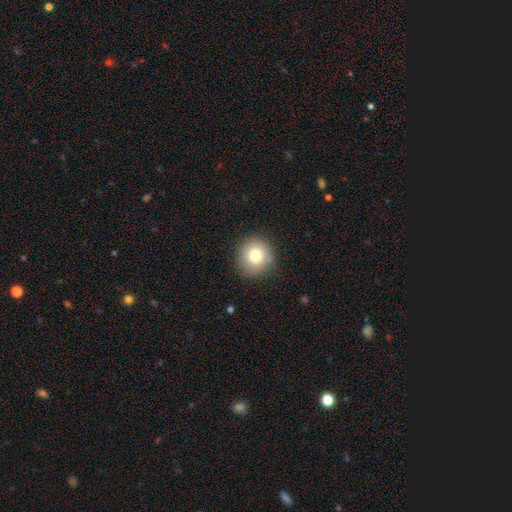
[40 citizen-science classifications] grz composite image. It shows a smooth galaxy with no disk features (88%) that is round (91%). Merging: none (77%).